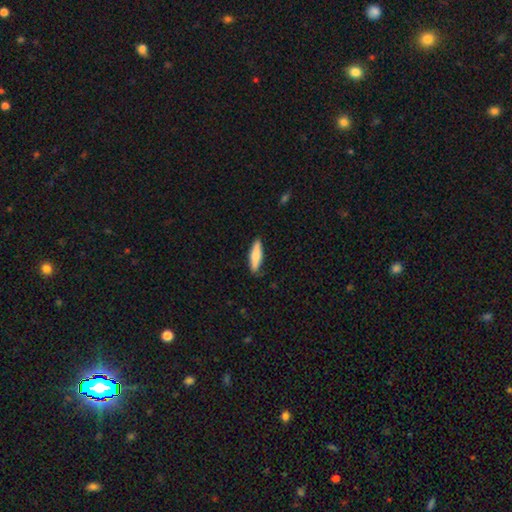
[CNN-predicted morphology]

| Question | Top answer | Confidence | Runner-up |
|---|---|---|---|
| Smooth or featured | smooth | 74% | featured or disk (21%) |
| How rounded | cigar-shaped | 70% | in between (29%) |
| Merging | none | 86% | minor disturbance (11%) |